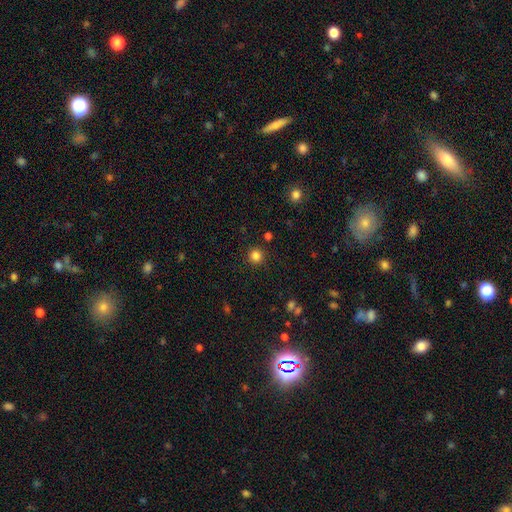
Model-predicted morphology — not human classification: Smooth or featured: smooth — 83% (star or artifact — 13%)
How rounded: round — 94% (in between — 5%)
Merging: none — 90% (minor disturbance — 6%)